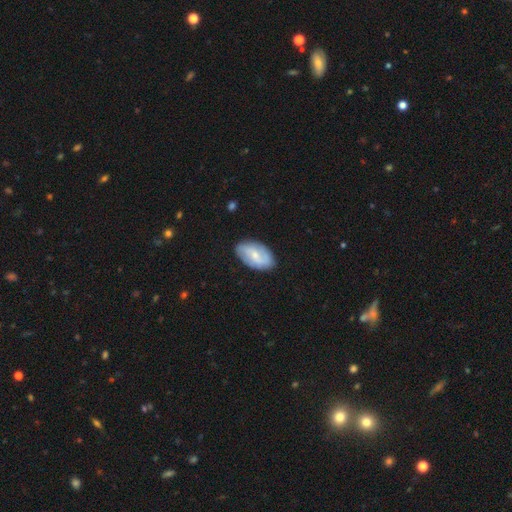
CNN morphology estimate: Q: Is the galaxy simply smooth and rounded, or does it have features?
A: featured or disk — 49%.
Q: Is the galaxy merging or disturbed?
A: none — 82%.